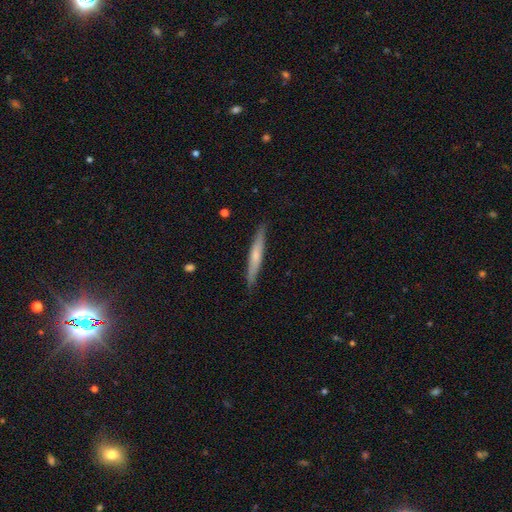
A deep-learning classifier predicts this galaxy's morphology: The model was most divided on "smooth or featured": smooth: 52%, featured or disk: 43%, star or artifact: 6%. More confident: how rounded — cigar-shaped (94%); merging — none (87%).